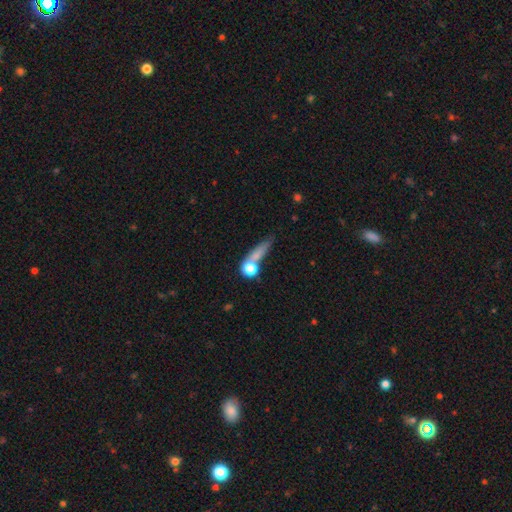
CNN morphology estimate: Smooth or featured? Predicted: smooth (p=0.65). How rounded? Predicted: cigar-shaped (p=0.42). Merging? Predicted: none (p=0.43).